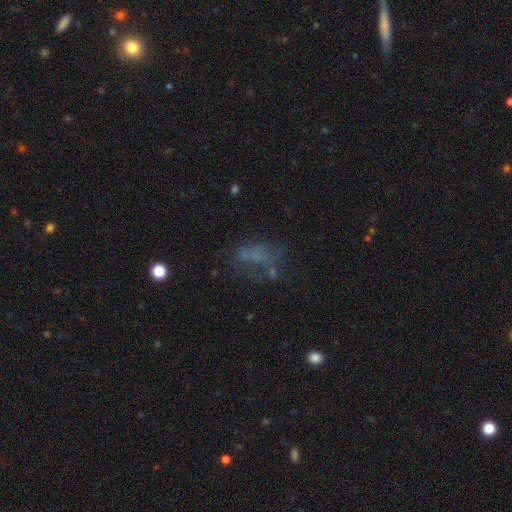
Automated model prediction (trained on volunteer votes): Smooth or featured?
  - smooth: 38% *
  - featured or disk: 37%
  - star or artifact: 25%
Merging?
  - none: 42% *
  - major disturbance: 29%
  - minor disturbance: 19%
  - merger: 11%